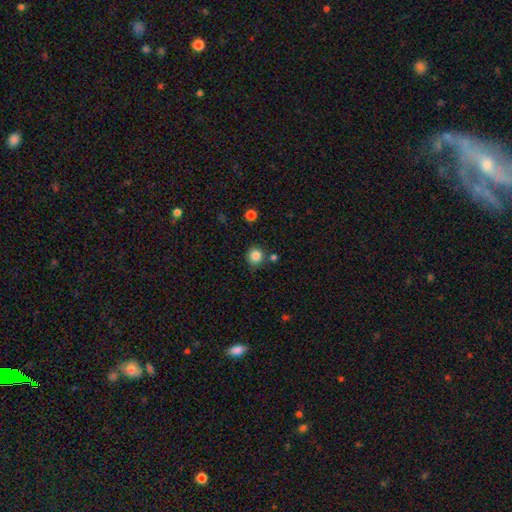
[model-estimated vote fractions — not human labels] Smooth or featured: smooth — 84% (star or artifact — 11%)
How rounded: round — 88% (in between — 11%)
Merging: none — 79% (minor disturbance — 12%)